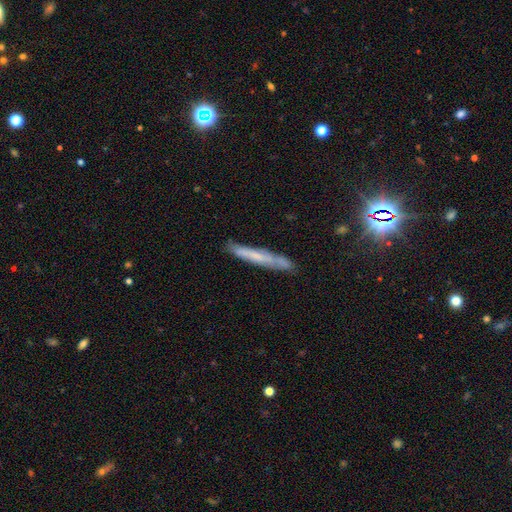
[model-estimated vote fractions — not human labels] smooth-or-featured: smooth: 50% | featured or disk: 41% | star or artifact: 9%
  how-rounded: cigar-shaped: 95% | in between: 4% | round: 1%
  merging: none: 78% | minor disturbance: 16% | major disturbance: 3% | merger: 3%